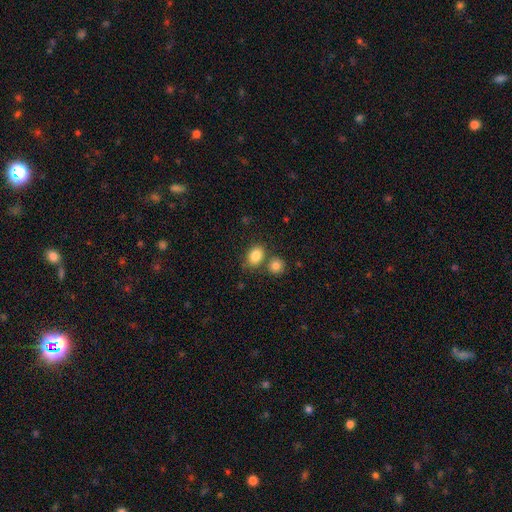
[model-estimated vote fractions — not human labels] Overall: smooth (84%). How rounded: in between (65%; round 34%). Merging: none (62%; merger 23%).